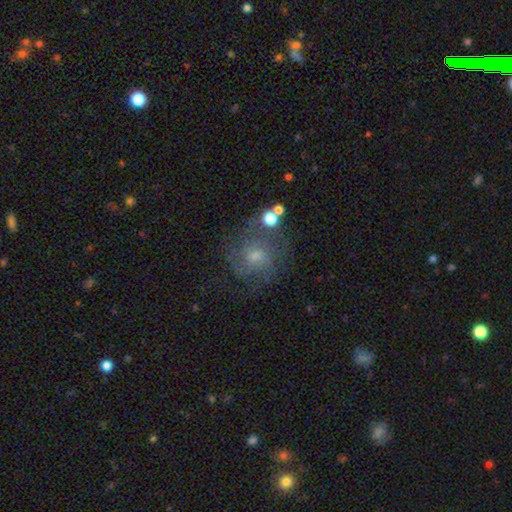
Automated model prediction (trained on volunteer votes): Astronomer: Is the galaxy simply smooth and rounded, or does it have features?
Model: featured or disk — 52% (runner-up: smooth, 35%).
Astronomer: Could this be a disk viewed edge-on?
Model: no — 97%.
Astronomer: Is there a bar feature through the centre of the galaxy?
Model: no — 62%.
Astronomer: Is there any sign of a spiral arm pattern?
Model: yes — 78%.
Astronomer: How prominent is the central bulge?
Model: small — 51% (runner-up: moderate, 37%).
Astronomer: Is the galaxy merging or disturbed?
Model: none — 57%.